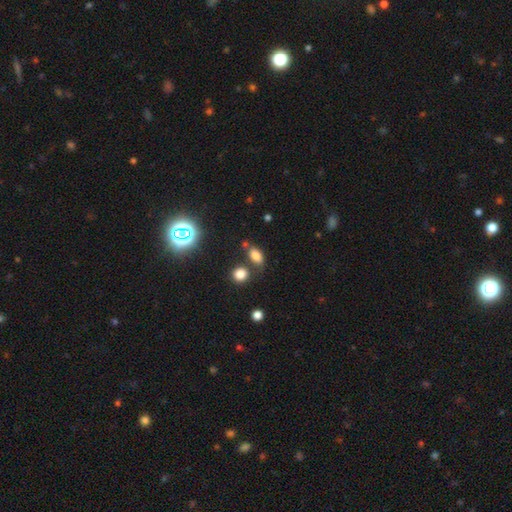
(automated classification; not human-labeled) The model was most divided on "merging": none: 66%, minor disturbance: 15%, merger: 14%, major disturbance: 5%. More confident: how rounded — in between (85%); smooth or featured — smooth (76%).